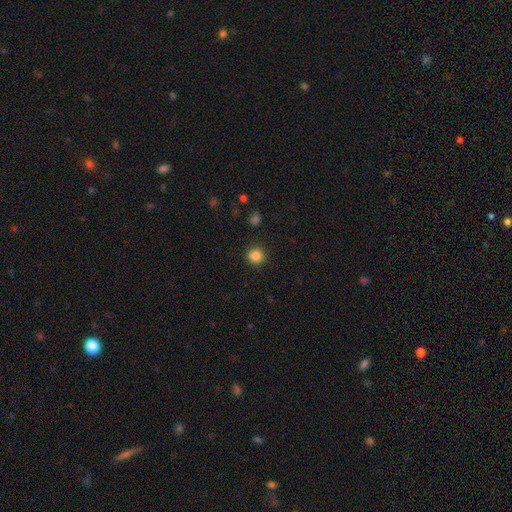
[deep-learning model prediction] Smooth or featured? Predicted: smooth (p=0.84). How rounded? Predicted: round (p=0.90). Merging? Predicted: none (p=0.87).